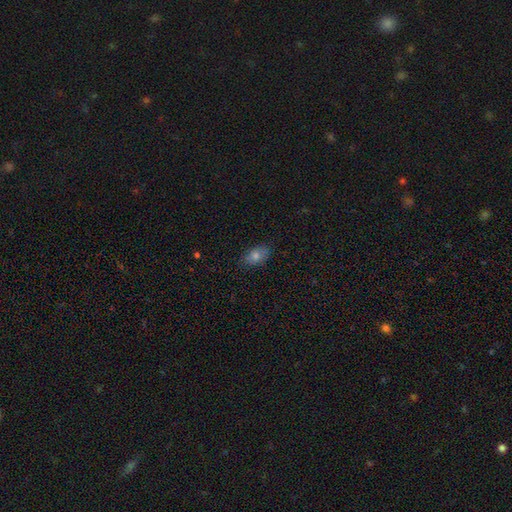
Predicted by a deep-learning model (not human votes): A smooth galaxy with no disk features (71%) that is in between round and cigar-shaped (86%).

Vote fractions:
- Smooth or featured? smooth: 71% / featured or disk: 16% / star or artifact: 13%
- How rounded? in between: 86% / round: 10% / cigar-shaped: 4%
- Merging? none: 83% / minor disturbance: 14% / major disturbance: 2% / merger: 1%